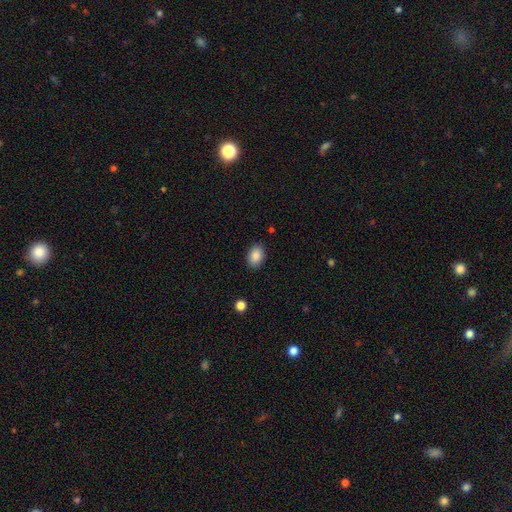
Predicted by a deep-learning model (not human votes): Morphology: type=smooth (87%); roundness=in between (84%); merging=none (88%).